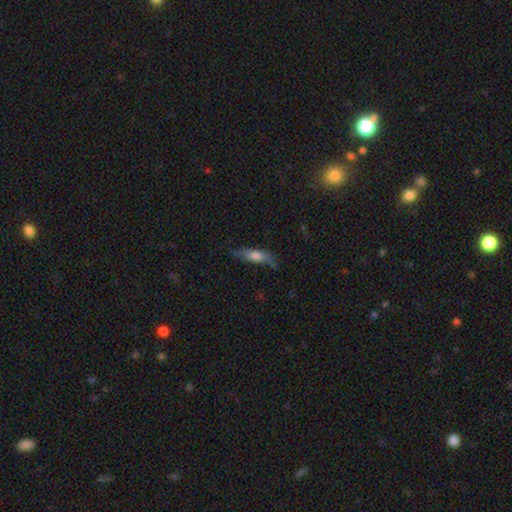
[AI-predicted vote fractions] Smooth or featured?
  - smooth: 61% *
  - featured or disk: 32%
  - star or artifact: 7%
How rounded?
  - cigar-shaped: 61% *
  - in between: 37%
  - round: 2%
Merging?
  - none: 66% *
  - minor disturbance: 25%
  - major disturbance: 7%
  - merger: 2%